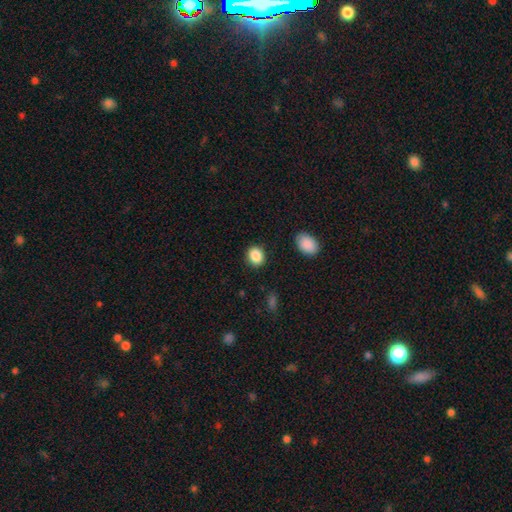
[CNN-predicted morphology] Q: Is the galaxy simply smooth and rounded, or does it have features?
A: smooth — 87%.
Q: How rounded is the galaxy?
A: round — 64%.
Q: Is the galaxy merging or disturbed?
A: none — 88%.